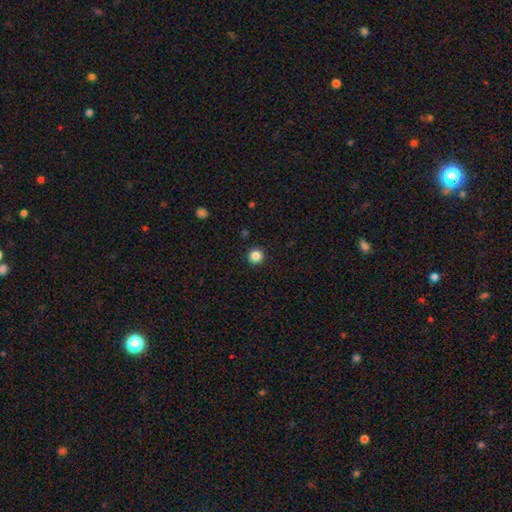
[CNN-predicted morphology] Q: Smooth or featured?
A: smooth (85%); runner-up: star or artifact (11%)
Q: How rounded?
A: round (96%); runner-up: in between (3%)
Q: Merging?
A: none (93%); runner-up: minor disturbance (4%)